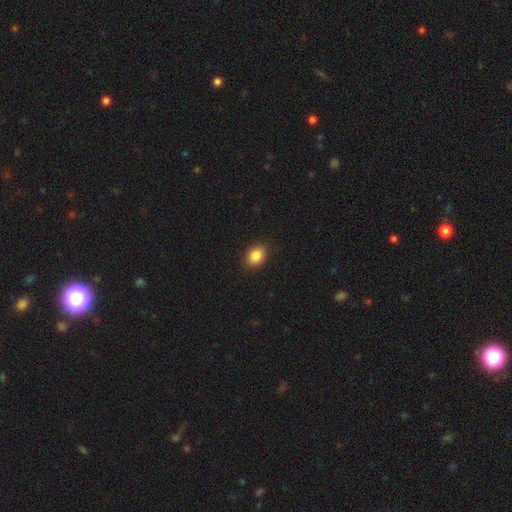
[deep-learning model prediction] Overall: smooth (86%). How rounded: in between (62%; round 37%). Merging: none (90%).